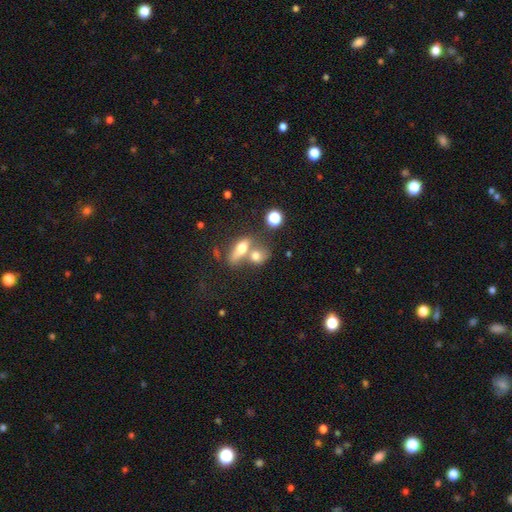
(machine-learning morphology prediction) type=smooth (65%); roundness=in between (59%); merging=merger (57%).